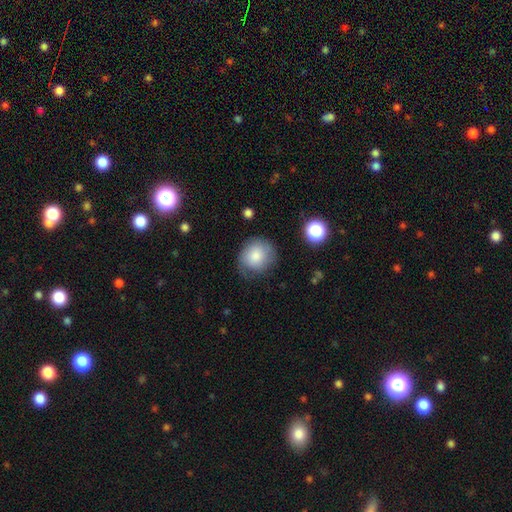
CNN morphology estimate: This is clearly a smooth galaxy (80%). How rounded: clearly round (82%). Merging: likely none (64%).